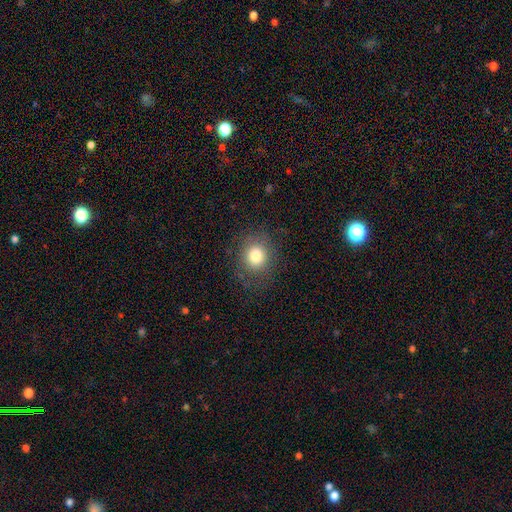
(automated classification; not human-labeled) smooth-or-featured: smooth: 79% | star or artifact: 12% | featured or disk: 9%
  how-rounded: round: 77% | in between: 22% | cigar-shaped: 1%
  merging: none: 83% | minor disturbance: 10% | major disturbance: 5% | merger: 1%